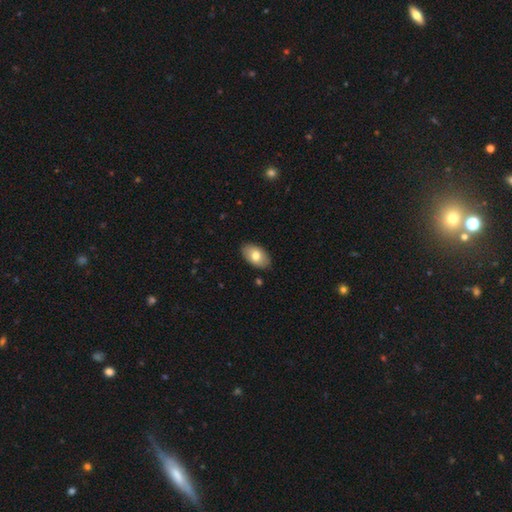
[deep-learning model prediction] Smooth or featured? smooth (74%)
How rounded? in between (93%)
Merging? none (86%)